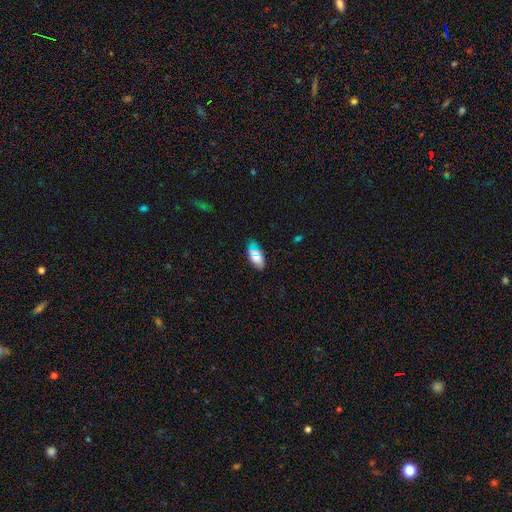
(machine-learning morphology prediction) This appears to be a smooth galaxy with no disk features (76%) that is in between round and cigar-shaped (87%). Merging: none (70%).